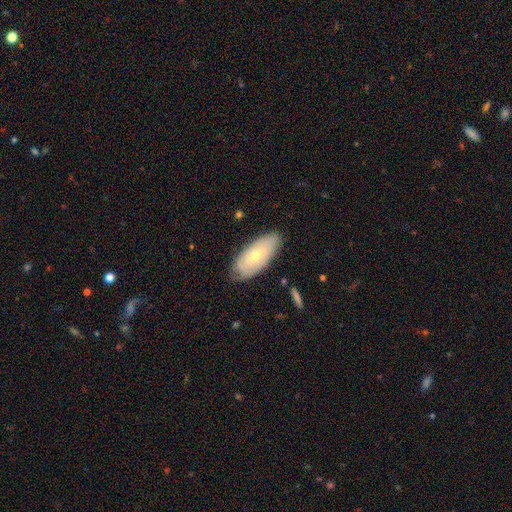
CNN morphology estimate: A smooth galaxy with no disk features (53%) that is in between round and cigar-shaped (87%).

Vote fractions:
- Smooth or featured? smooth: 53% / featured or disk: 41% / star or artifact: 6%
- How rounded? in between: 87% / cigar-shaped: 11% / round: 2%
- Merging? none: 78% / minor disturbance: 17% / major disturbance: 3% / merger: 1%